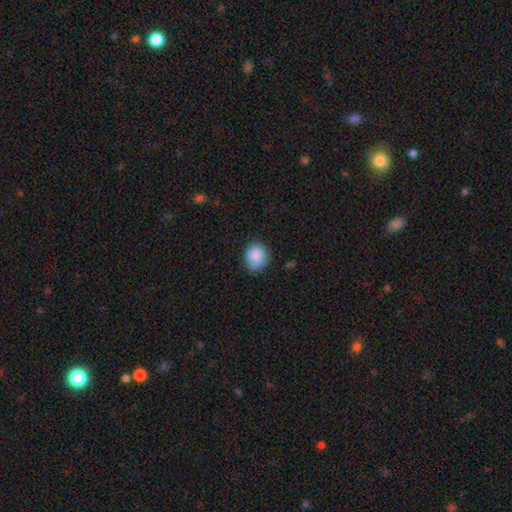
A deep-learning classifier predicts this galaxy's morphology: This appears to be a smooth galaxy with no disk features (87%) that is round (72%). Merging: none (72%).